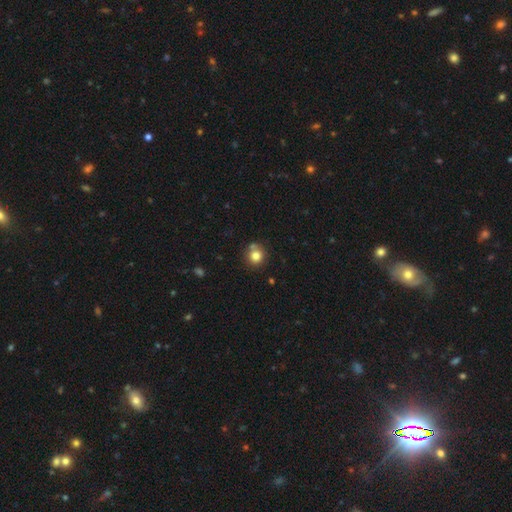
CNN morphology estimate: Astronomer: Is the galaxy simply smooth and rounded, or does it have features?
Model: smooth — 80%.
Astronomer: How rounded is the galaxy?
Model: round — 89%.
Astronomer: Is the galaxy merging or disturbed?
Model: none — 70%.